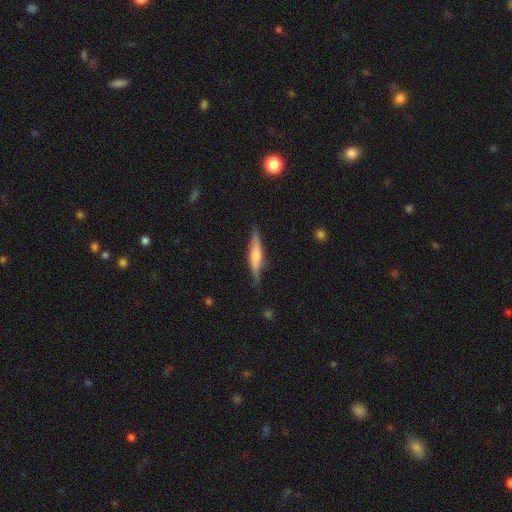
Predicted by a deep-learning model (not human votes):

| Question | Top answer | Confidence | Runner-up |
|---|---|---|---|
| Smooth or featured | featured or disk | 55% | smooth (39%) |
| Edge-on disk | yes | 93% | no (7%) |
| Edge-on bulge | rounded | 62% | boxy (24%) |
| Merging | none | 80% | minor disturbance (15%) |